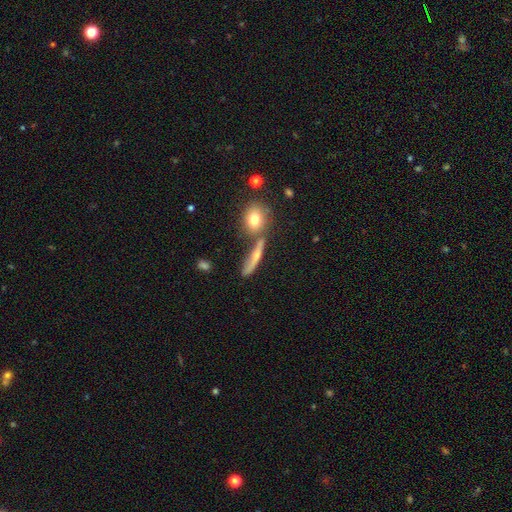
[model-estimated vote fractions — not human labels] Q: Smooth or featured?
A: smooth (48%); runner-up: featured or disk (42%)
Q: Merging?
A: none (56%); runner-up: merger (19%)